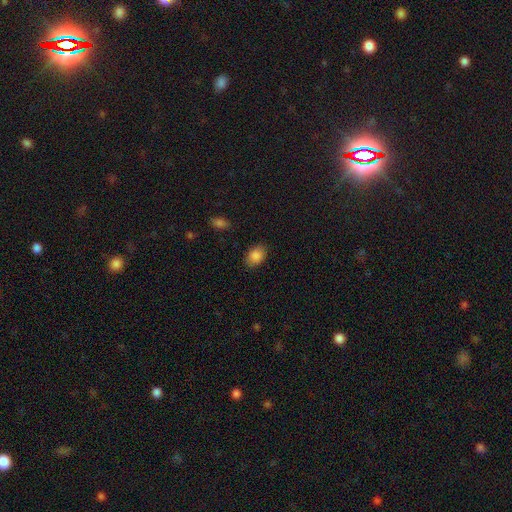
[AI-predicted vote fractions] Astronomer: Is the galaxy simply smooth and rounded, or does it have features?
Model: smooth — 86%.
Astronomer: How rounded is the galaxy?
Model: in between — 81%.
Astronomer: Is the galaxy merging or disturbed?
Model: none — 86%.